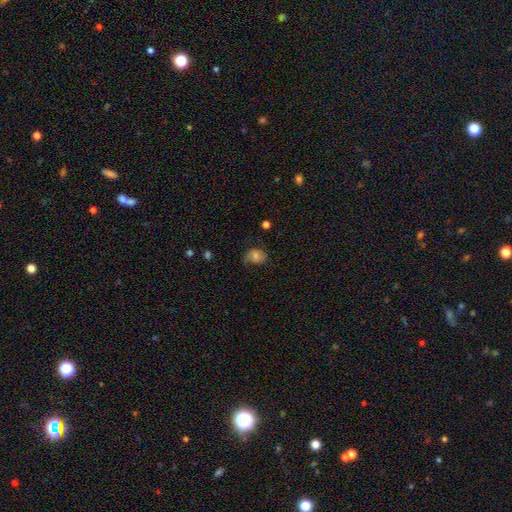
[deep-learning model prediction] smooth 61%, featured or disk 29%, star or artifact 10%. Down the decision tree: how rounded — in between (64%); merging — none (52%).